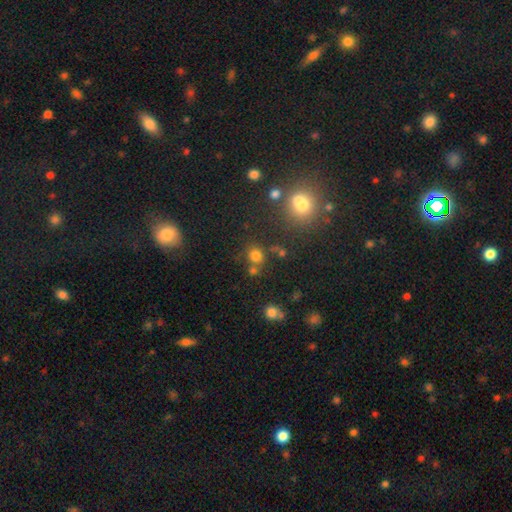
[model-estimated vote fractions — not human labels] smooth 72%, star or artifact 21%, featured or disk 7%. Down the decision tree: how rounded — round (82%); merging — none (67%).